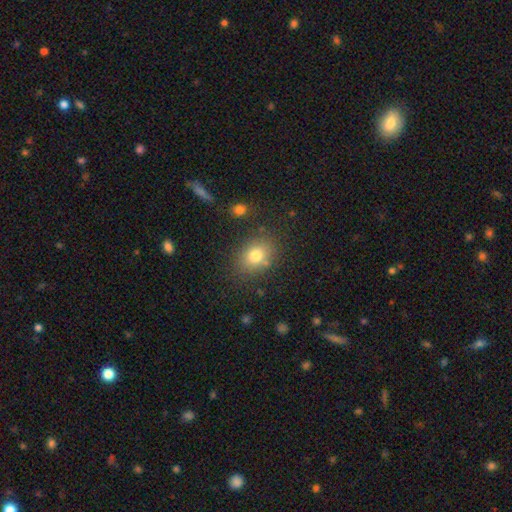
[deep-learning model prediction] Smooth or featured: smooth — 77% (star or artifact — 12%)
How rounded: in between — 59% (round — 40%)
Merging: none — 80% (minor disturbance — 12%)